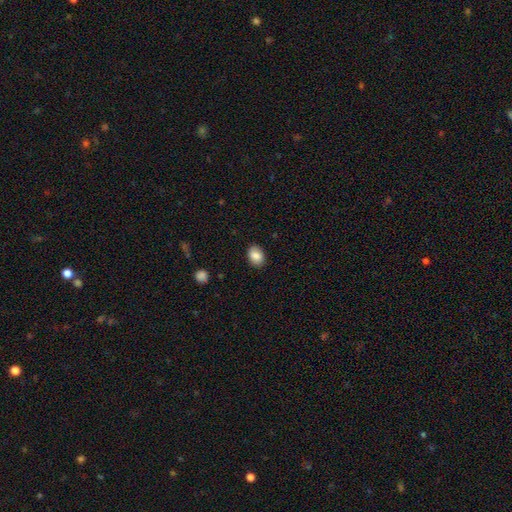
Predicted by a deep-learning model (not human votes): A smooth galaxy with no disk features (86%) that is in between round and cigar-shaped (71%).

Vote fractions:
- Smooth or featured? smooth: 86% / star or artifact: 8% / featured or disk: 6%
- How rounded? in between: 71% / round: 28% / cigar-shaped: 1%
- Merging? none: 87% / minor disturbance: 9% / major disturbance: 2% / merger: 1%